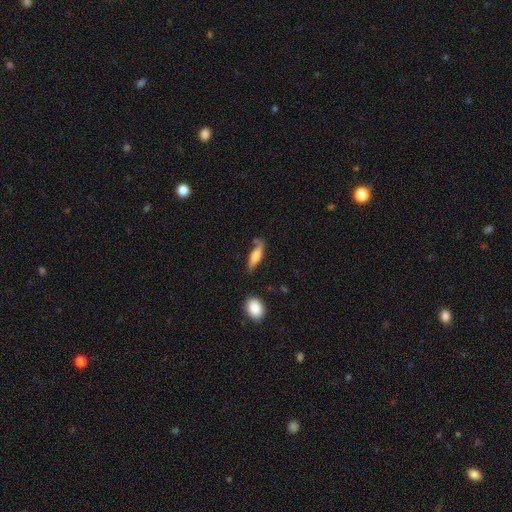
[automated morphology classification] Smooth or featured? Predicted: smooth (p=0.66). How rounded? Predicted: cigar-shaped (p=0.60). Merging? Predicted: none (p=0.61).